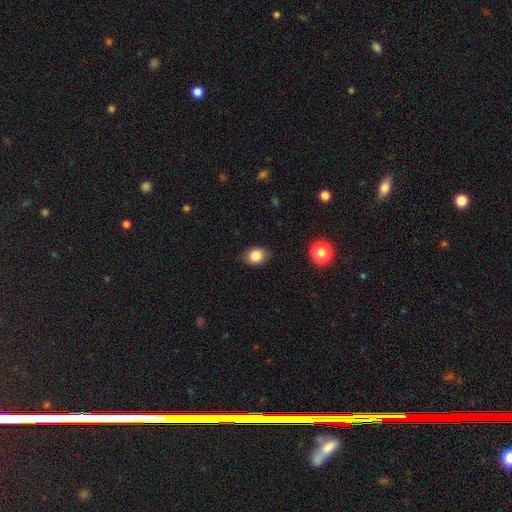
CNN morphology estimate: The model was most divided on "how rounded": in between: 55%, round: 44%, cigar-shaped: 1%. More confident: merging — none (85%); smooth or featured — smooth (85%).